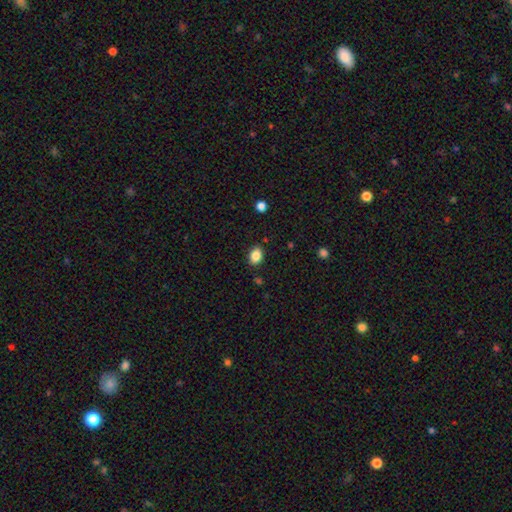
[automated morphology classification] This appears to be a smooth galaxy with no disk features (86%) that is in between round and cigar-shaped (73%). Merging: none (86%).